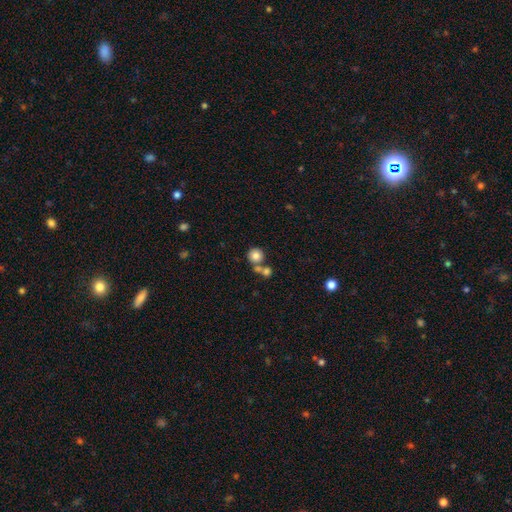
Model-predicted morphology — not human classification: Smooth or featured?
  - smooth: 79% *
  - star or artifact: 11%
  - featured or disk: 10%
How rounded?
  - round: 91% *
  - in between: 8%
  - cigar-shaped: 1%
Merging?
  - none: 58% *
  - merger: 31%
  - minor disturbance: 8%
  - major disturbance: 3%